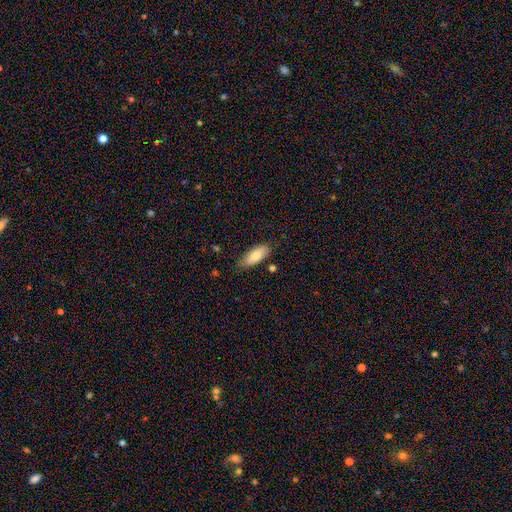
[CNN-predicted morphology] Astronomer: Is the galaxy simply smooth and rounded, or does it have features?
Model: smooth — 81%.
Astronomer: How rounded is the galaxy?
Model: in between — 81%.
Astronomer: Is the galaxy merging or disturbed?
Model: none — 80%.